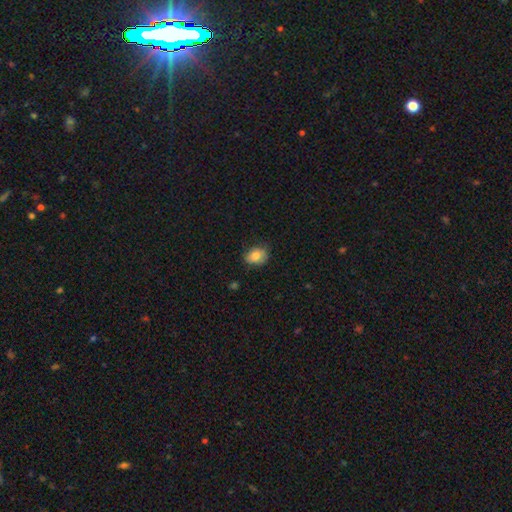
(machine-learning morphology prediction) Smooth or featured? smooth (82%)
How rounded? in between (67%)
Merging? none (76%)